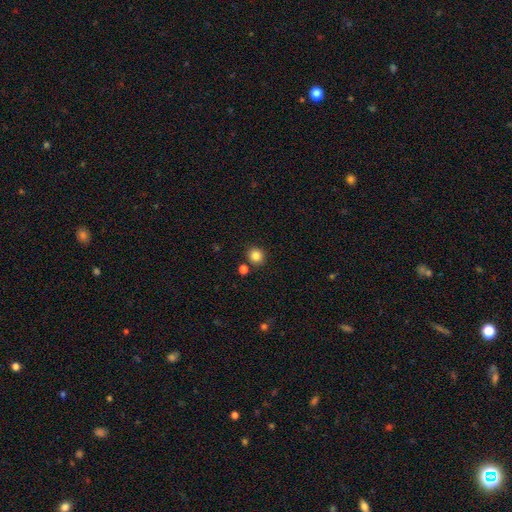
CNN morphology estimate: The model was most divided on "smooth or featured": smooth: 85%, star or artifact: 11%, featured or disk: 4%. More confident: how rounded — round (88%); merging — none (84%).